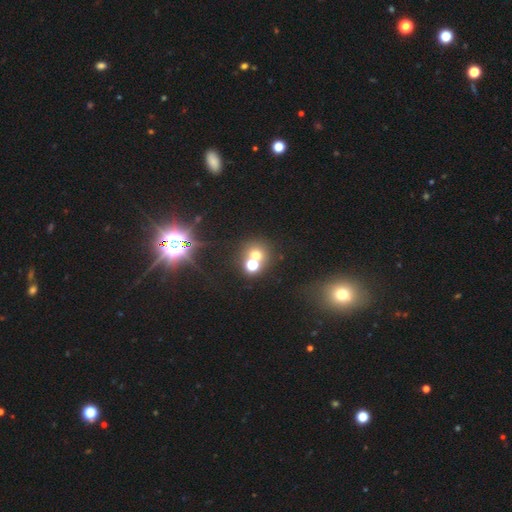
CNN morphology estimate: This is possibly a smooth galaxy (55%). How rounded: clearly round (82%). Merging: possibly none (49%).